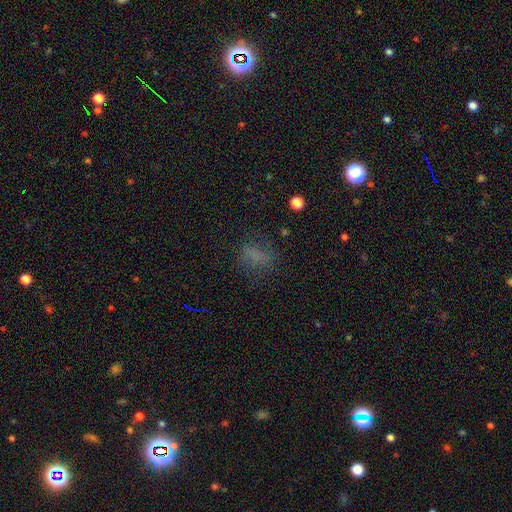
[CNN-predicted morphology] Smooth or featured: smooth — 60% (star or artifact — 23%)
How rounded: in between — 63% (round — 30%)
Merging: none — 63% (minor disturbance — 19%)